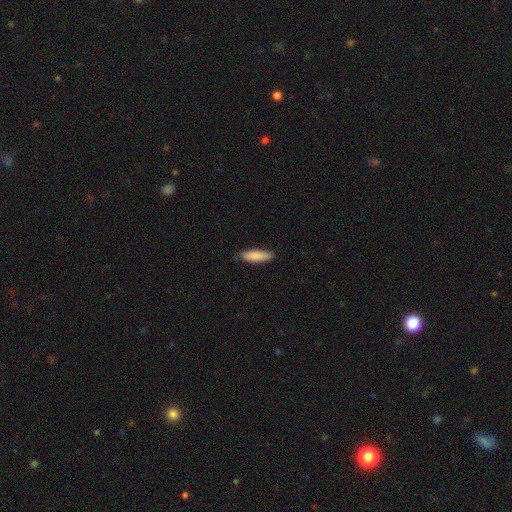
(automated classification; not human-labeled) Smooth or featured? Predicted: smooth (p=0.86). How rounded? Predicted: cigar-shaped (p=0.59). Merging? Predicted: none (p=0.84).